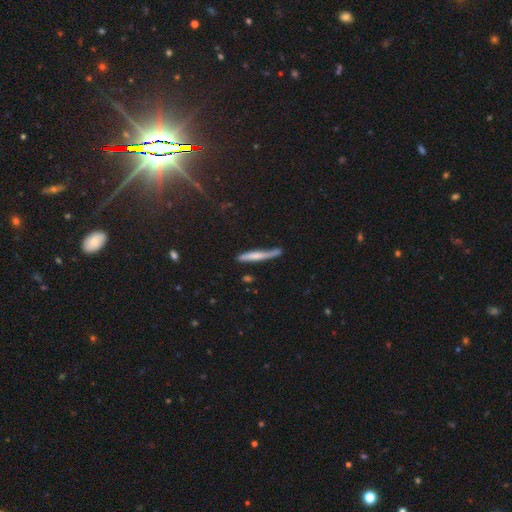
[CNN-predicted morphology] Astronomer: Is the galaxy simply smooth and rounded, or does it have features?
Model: smooth — 59%.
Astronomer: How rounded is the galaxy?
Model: cigar-shaped — 94%.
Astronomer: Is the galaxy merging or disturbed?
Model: none — 62%.